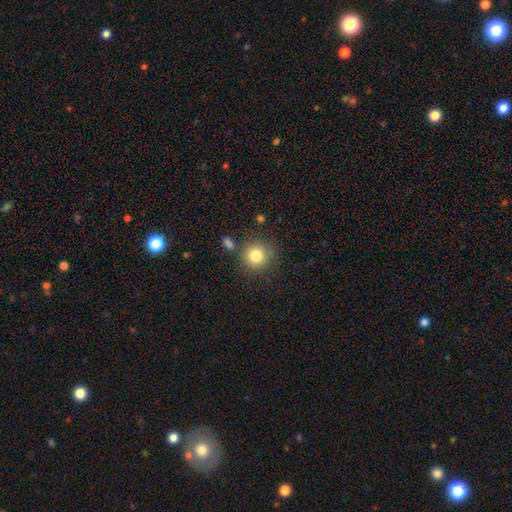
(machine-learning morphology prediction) Smooth or featured? Predicted: smooth (p=0.82). How rounded? Predicted: round (p=0.91). Merging? Predicted: none (p=0.79).